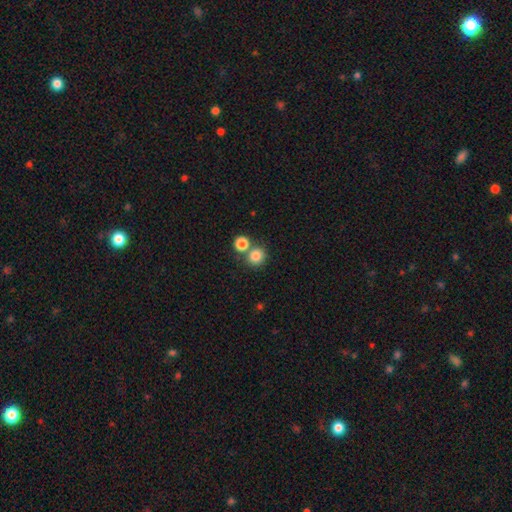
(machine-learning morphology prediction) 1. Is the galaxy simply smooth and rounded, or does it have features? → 81% smooth, 12% star or artifact, 6% featured or disk.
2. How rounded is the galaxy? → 87% round, 12% in between, 1% cigar-shaped.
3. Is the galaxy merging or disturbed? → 64% none, 26% merger, 7% minor disturbance, 3% major disturbance.